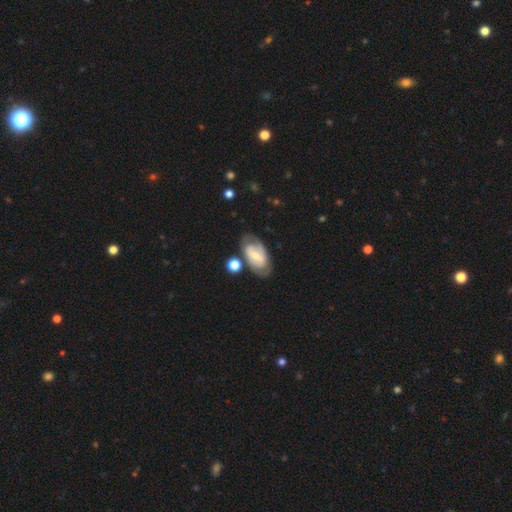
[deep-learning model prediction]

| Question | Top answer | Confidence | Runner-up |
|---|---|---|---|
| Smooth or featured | featured or disk | 64% | smooth (30%) |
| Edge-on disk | no | 93% | yes (7%) |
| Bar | weak | 43% | strong (30%) |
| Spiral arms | yes | 71% | no (29%) |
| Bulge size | small | 54% | moderate (37%) |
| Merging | none | 68% | minor disturbance (18%) |